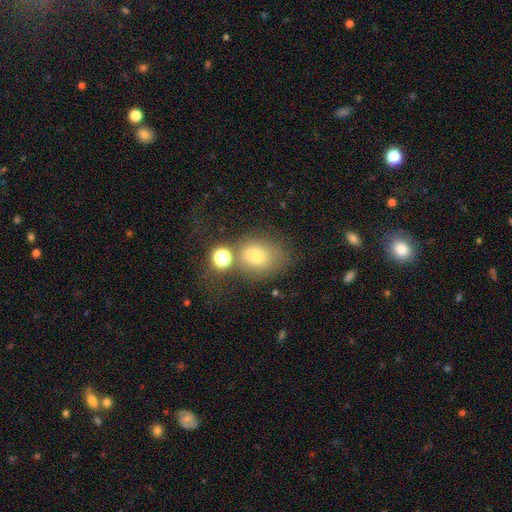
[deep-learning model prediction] Smooth or featured: smooth — 71% (featured or disk — 15%)
How rounded: in between — 54% (round — 45%)
Merging: none — 45% (merger — 21%)